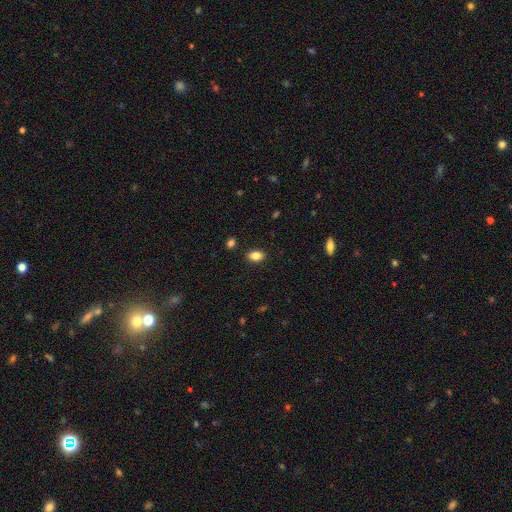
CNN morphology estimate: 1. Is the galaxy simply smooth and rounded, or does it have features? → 84% smooth, 9% star or artifact, 6% featured or disk.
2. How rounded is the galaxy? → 87% in between, 11% round, 2% cigar-shaped.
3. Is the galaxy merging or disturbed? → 88% none, 8% minor disturbance, 2% major disturbance, 2% merger.